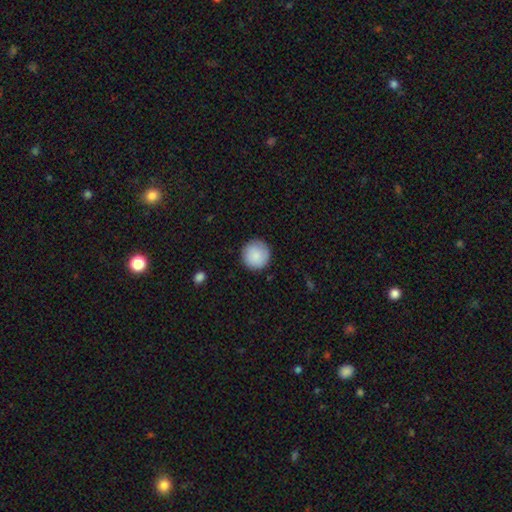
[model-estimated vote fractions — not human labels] Smooth or featured? smooth (87%)
How rounded? round (96%)
Merging? none (90%)